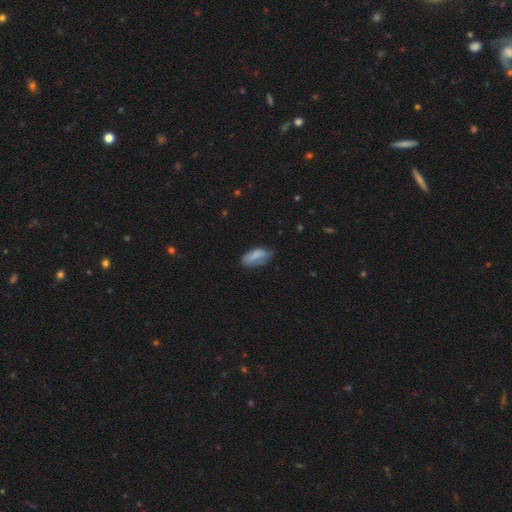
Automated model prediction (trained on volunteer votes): Smooth or featured? smooth (77%)
How rounded? in between (87%)
Merging? none (49%)